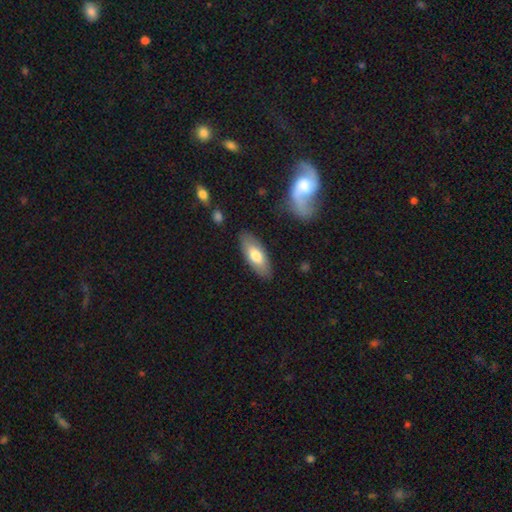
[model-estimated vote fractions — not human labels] Smooth or featured? Predicted: smooth (p=0.69). How rounded? Predicted: in between (p=0.78). Merging? Predicted: none (p=0.86).